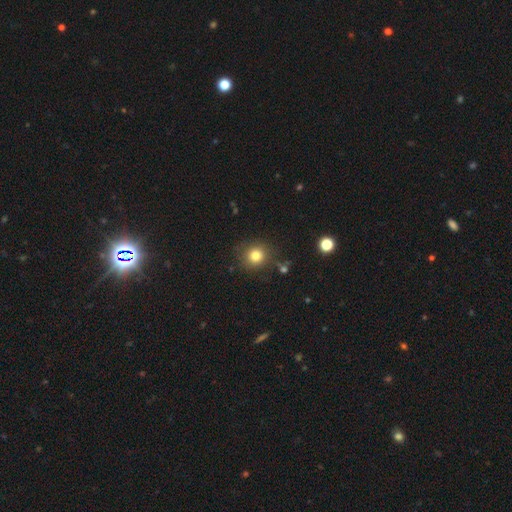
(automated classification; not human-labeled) This is clearly a smooth galaxy (81%). How rounded: clearly round (87%). Merging: clearly none (83%).